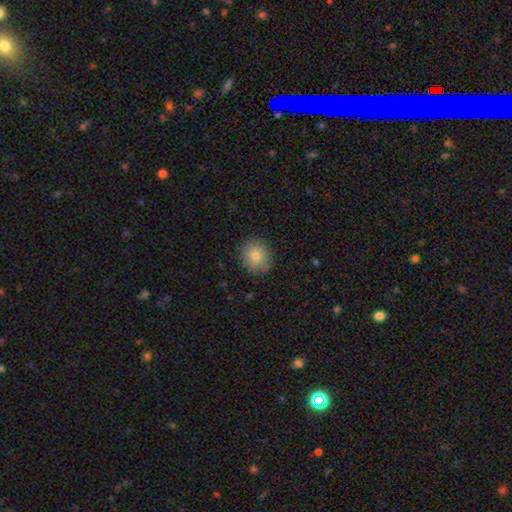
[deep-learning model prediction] Smooth or featured: smooth — 79% (star or artifact — 11%)
How rounded: round — 78% (in between — 21%)
Merging: none — 86% (minor disturbance — 11%)